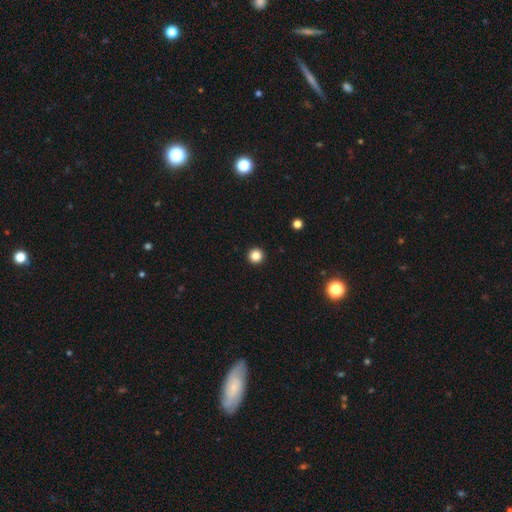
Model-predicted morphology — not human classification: smooth-or-featured: smooth: 85% | star or artifact: 11% | featured or disk: 4%
  how-rounded: round: 96% | in between: 3% | cigar-shaped: 1%
  merging: none: 94% | minor disturbance: 3% | major disturbance: 1% | merger: 1%